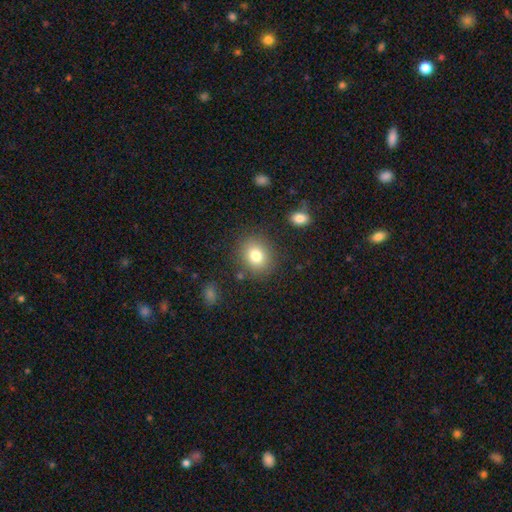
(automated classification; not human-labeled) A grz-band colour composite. It shows a smooth galaxy with no disk features (79%) that is round (66%). Merging: none (84%).